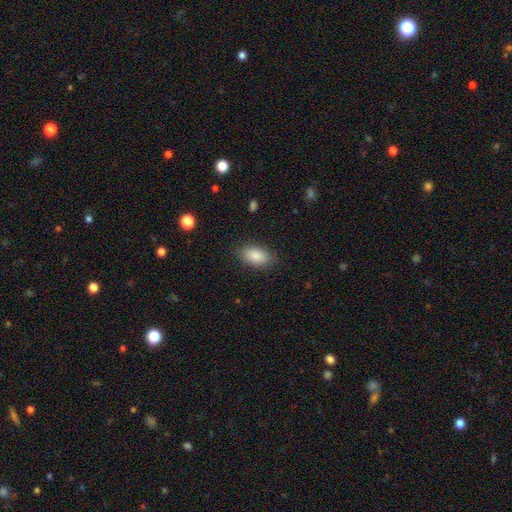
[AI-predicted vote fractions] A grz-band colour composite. It shows a smooth galaxy with no disk features (86%) that is in between round and cigar-shaped (92%). Merging: none (86%).